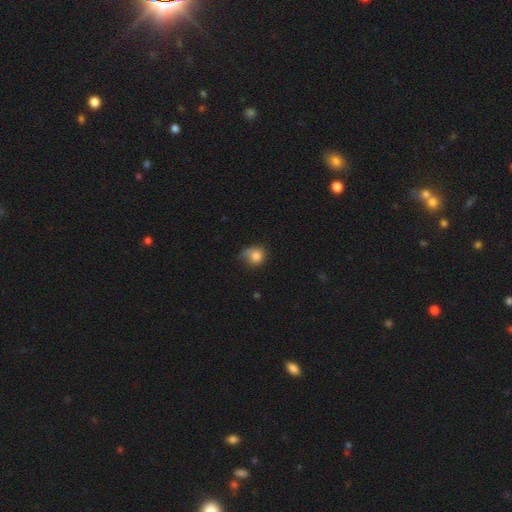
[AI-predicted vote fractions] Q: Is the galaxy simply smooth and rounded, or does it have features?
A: smooth — 80%.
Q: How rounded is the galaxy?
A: round — 73%.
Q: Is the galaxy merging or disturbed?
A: none — 43%.